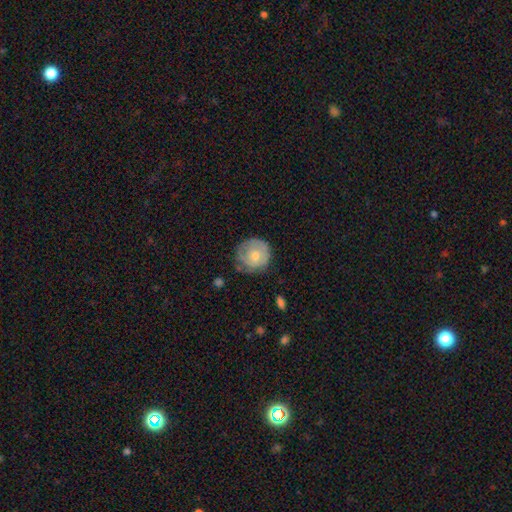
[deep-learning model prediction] Smooth or featured: smooth — 61% (featured or disk — 32%)
How rounded: round — 91% (in between — 8%)
Merging: none — 64% (minor disturbance — 26%)